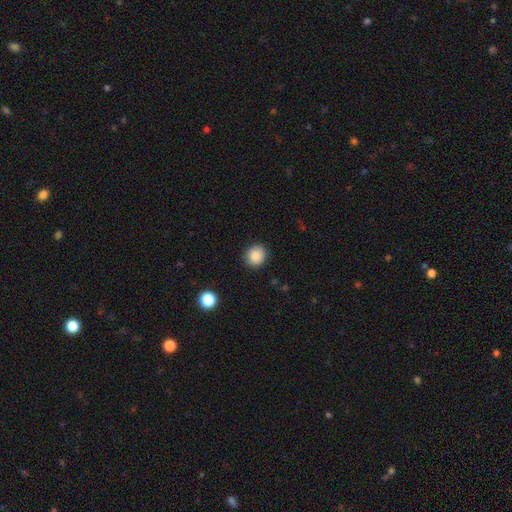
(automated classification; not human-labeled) Smooth or featured?
  - smooth: 87% *
  - star or artifact: 9%
  - featured or disk: 4%
How rounded?
  - round: 82% *
  - in between: 17%
  - cigar-shaped: 1%
Merging?
  - none: 90% *
  - minor disturbance: 7%
  - major disturbance: 2%
  - merger: 1%